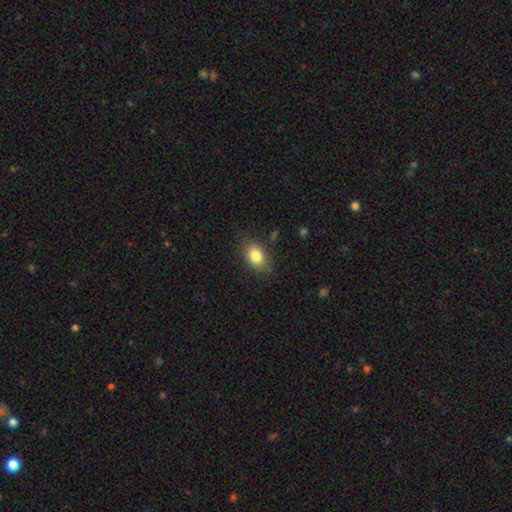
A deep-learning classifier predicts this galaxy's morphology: A smooth galaxy with no disk features (83%) that is in between round and cigar-shaped (81%). Merging: none (80%).